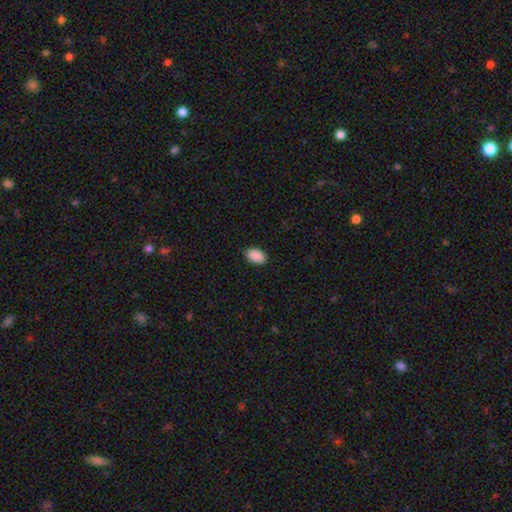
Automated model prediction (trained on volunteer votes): Morphology: type=smooth (91%); roundness=in between (92%); merging=none (88%).